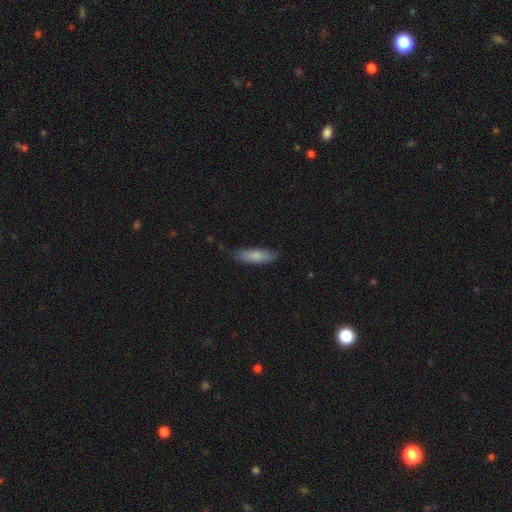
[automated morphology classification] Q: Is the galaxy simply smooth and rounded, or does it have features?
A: smooth — 80%.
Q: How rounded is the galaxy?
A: in between — 52%.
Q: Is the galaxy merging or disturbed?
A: none — 80%.